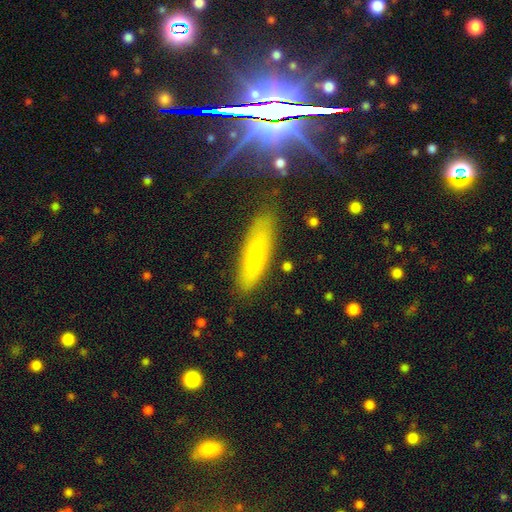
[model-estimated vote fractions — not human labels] A smooth galaxy with no disk features (61%) that is cigar-shaped (66%).

Vote fractions:
- Smooth or featured? smooth: 61% / featured or disk: 31% / star or artifact: 8%
- How rounded? cigar-shaped: 66% / in between: 31% / round: 2%
- Merging? none: 83% / minor disturbance: 12% / major disturbance: 3% / merger: 2%